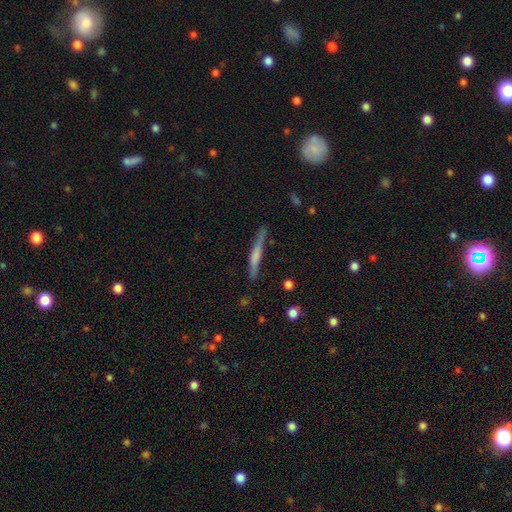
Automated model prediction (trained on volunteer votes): smooth_or_featured: featured or disk (p=0.47) [alt: smooth p=0.46]
merging: none (p=0.75) [alt: minor disturbance p=0.18]